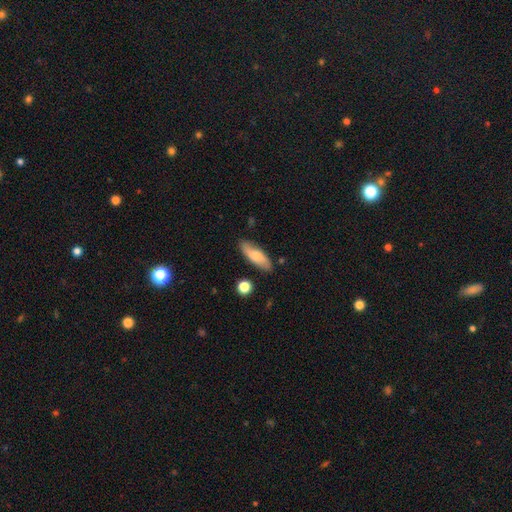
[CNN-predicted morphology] Smooth or featured: smooth — 60% (featured or disk — 34%)
How rounded: in between — 60% (cigar-shaped — 37%)
Merging: none — 84% (minor disturbance — 11%)